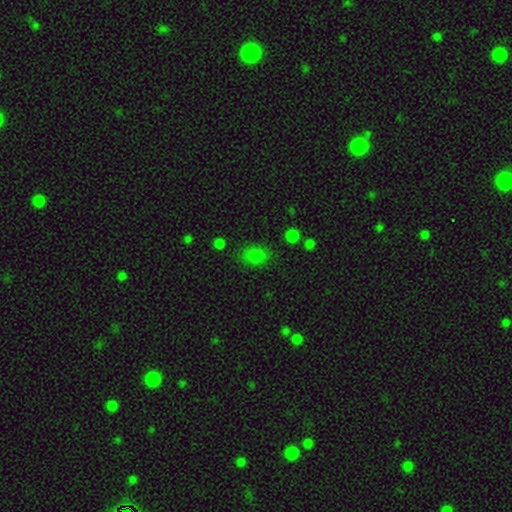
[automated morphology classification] Smooth or featured? smooth (80%)
How rounded? in between (61%)
Merging? none (79%)